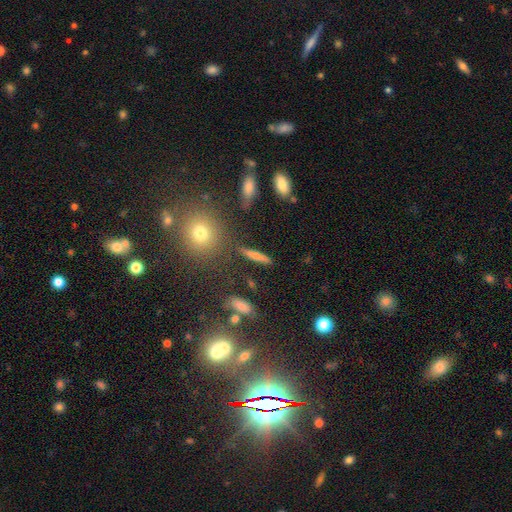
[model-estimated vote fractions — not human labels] This appears to be a smooth galaxy with no disk features (62%) that is cigar-shaped (84%). Merging: none (84%).